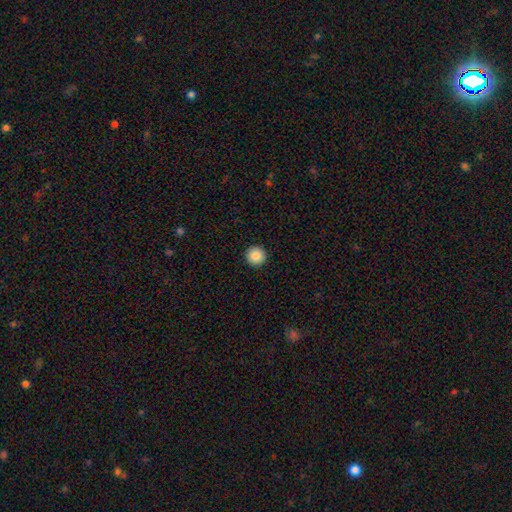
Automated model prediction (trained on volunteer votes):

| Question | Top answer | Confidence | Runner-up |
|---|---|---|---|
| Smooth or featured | smooth | 86% | star or artifact (9%) |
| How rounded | round | 97% | in between (2%) |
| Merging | none | 94% | minor disturbance (4%) |